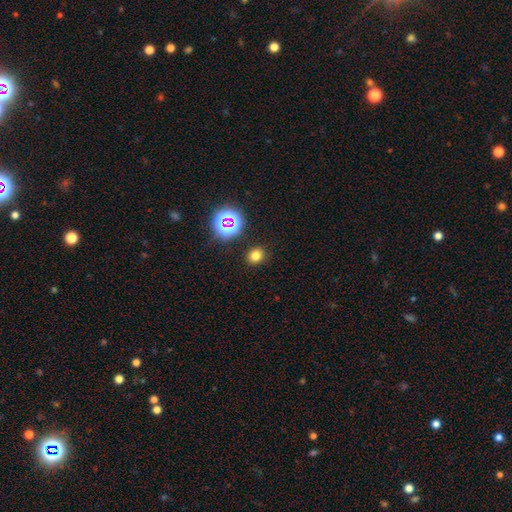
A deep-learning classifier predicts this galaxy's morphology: type=smooth (75%); roundness=round (78%); merging=none (89%).